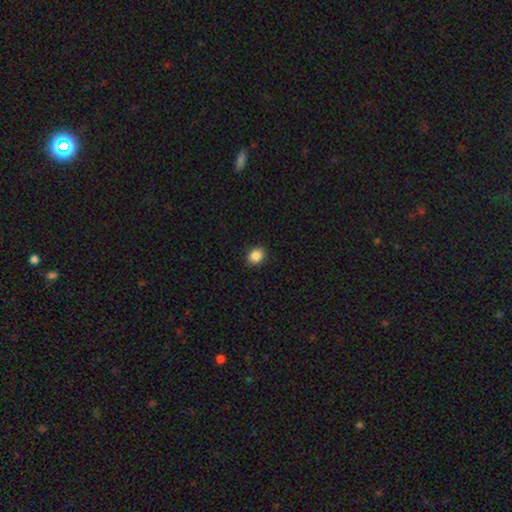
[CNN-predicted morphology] This appears to be a smooth galaxy with no disk features (87%) that is round (62%). Merging: none (90%).